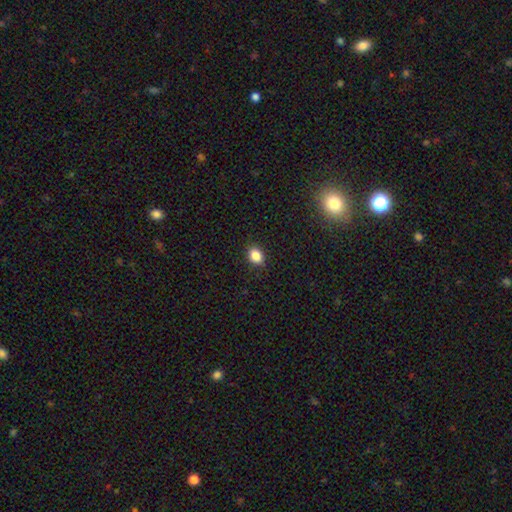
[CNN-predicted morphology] smooth-or-featured: smooth: 86% | star or artifact: 10% | featured or disk: 4%
  how-rounded: in between: 63% | round: 36% | cigar-shaped: 1%
  merging: none: 88% | minor disturbance: 9% | major disturbance: 2% | merger: 1%